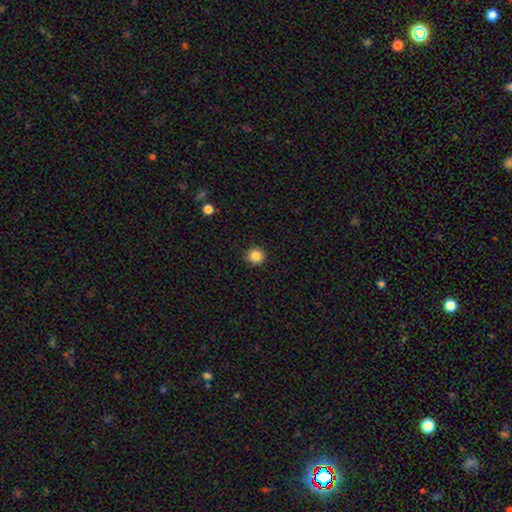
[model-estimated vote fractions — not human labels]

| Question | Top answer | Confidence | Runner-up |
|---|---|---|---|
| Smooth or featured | smooth | 85% | star or artifact (11%) |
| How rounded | round | 92% | in between (7%) |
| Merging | none | 92% | minor disturbance (6%) |